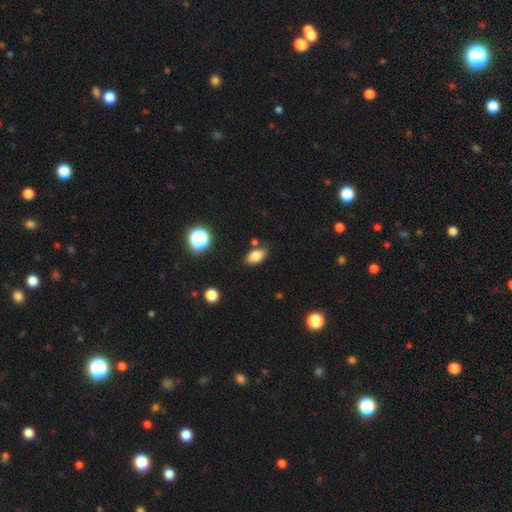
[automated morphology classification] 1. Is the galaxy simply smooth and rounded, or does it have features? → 80% smooth, 10% star or artifact, 9% featured or disk.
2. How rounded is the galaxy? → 89% in between, 9% round, 3% cigar-shaped.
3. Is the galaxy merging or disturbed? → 78% none, 14% minor disturbance, 6% merger, 3% major disturbance.